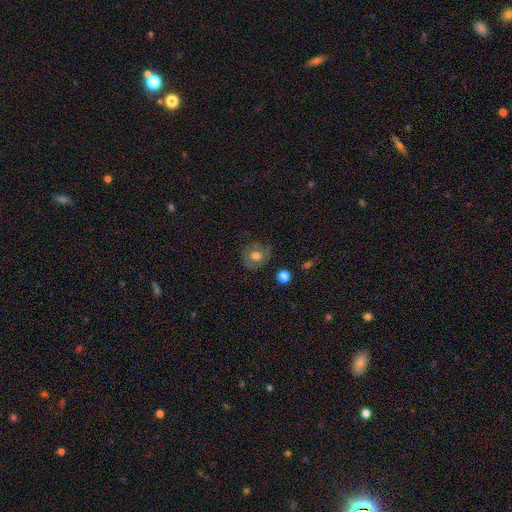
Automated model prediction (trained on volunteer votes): Smooth or featured? Predicted: smooth (p=0.59). How rounded? Predicted: round (p=0.75). Merging? Predicted: none (p=0.70).